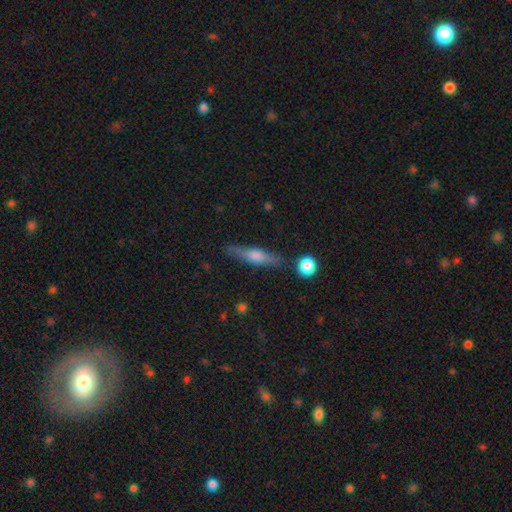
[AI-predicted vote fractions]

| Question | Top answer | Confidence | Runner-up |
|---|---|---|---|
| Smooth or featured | featured or disk | 58% | smooth (34%) |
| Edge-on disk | yes | 95% | no (5%) |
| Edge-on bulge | rounded | 82% | boxy (12%) |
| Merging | none | 84% | minor disturbance (11%) |